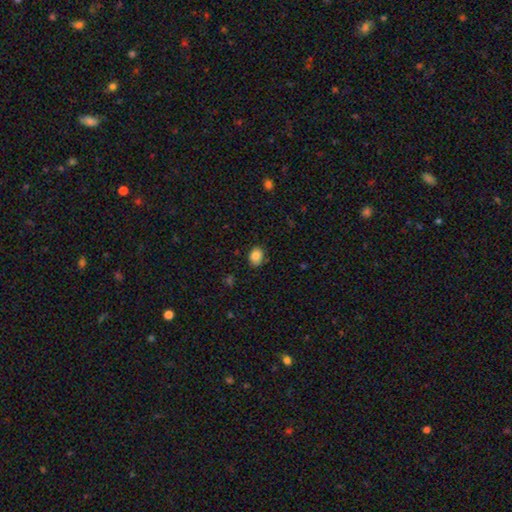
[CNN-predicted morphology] smooth_or_featured: smooth (p=0.85) [alt: star or artifact p=0.09]
how_rounded: in between (p=0.58) [alt: round p=0.41]
merging: none (p=0.79) [alt: minor disturbance p=0.16]